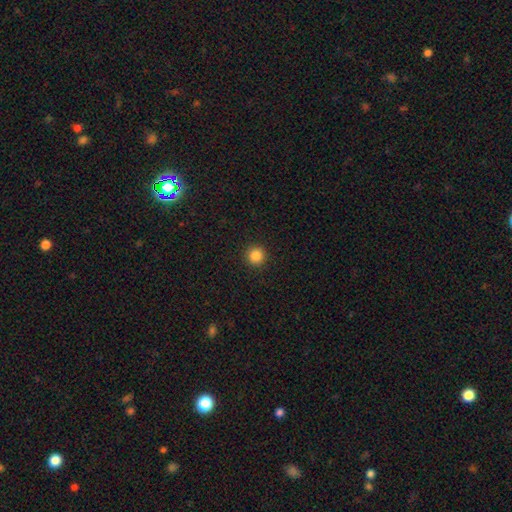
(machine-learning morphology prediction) smooth 86%, star or artifact 11%, featured or disk 4%. Down the decision tree: how rounded — round (95%); merging — none (93%).